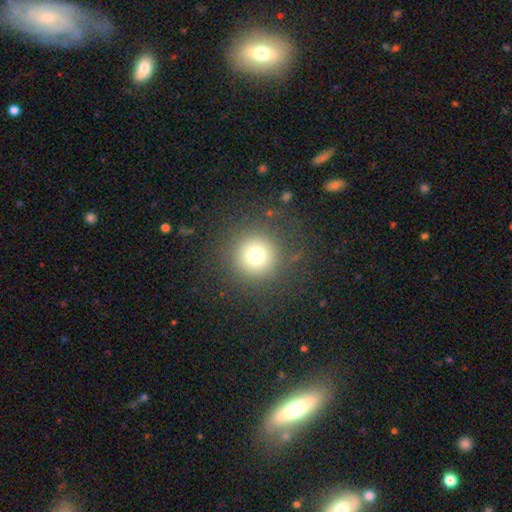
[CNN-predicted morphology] A smooth galaxy with no disk features (73%) that is round (95%).

Vote fractions:
- Smooth or featured? smooth: 73% / star or artifact: 17% / featured or disk: 10%
- How rounded? round: 95% / in between: 4% / cigar-shaped: 1%
- Merging? none: 86% / minor disturbance: 7% / major disturbance: 6% / merger: 1%